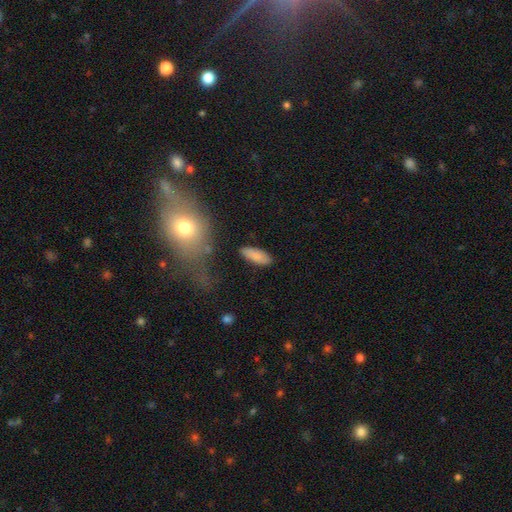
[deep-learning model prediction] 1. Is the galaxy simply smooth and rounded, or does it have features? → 84% smooth, 10% featured or disk, 7% star or artifact.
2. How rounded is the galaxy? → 74% in between, 24% cigar-shaped, 2% round.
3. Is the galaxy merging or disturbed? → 84% none, 11% minor disturbance, 3% major disturbance, 2% merger.